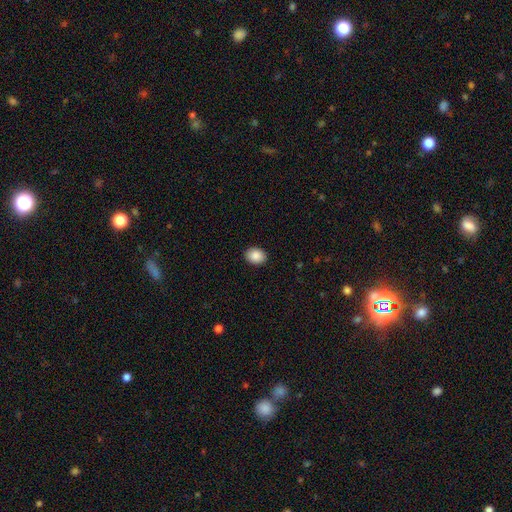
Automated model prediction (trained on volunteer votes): Overall: smooth (89%). How rounded: in between (55%; round 45%). Merging: none (91%).